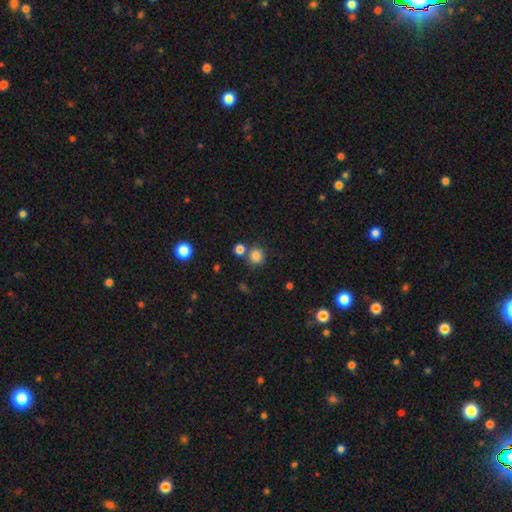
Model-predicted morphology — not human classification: Smooth or featured? Predicted: smooth (p=0.83). How rounded? Predicted: round (p=0.91). Merging? Predicted: none (p=0.72).